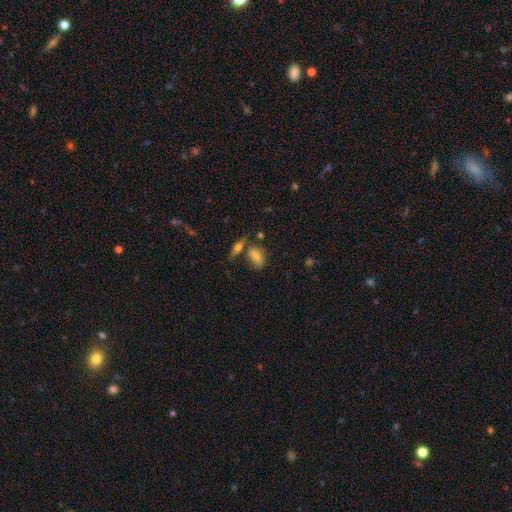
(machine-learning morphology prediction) type=smooth (62%); roundness=in between (82%); merging=none (53%).